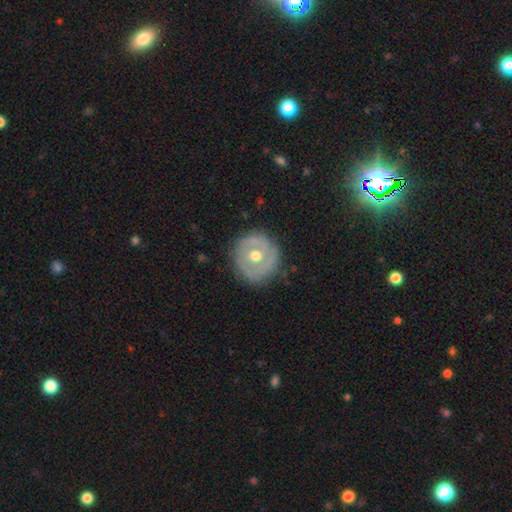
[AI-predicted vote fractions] The model was most divided on "smooth or featured": featured or disk: 58%, smooth: 36%, star or artifact: 6%. More confident: edge-on disk — no (95%); bulge size — moderate (83%); bar — no (81%); merging — none (80%); spiral arms — no (70%).